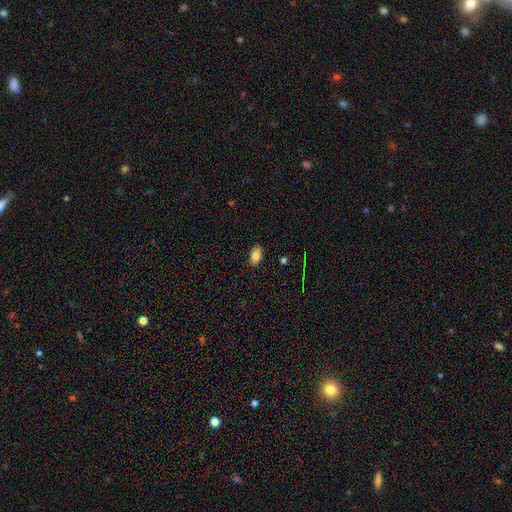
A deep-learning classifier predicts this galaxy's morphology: Smooth or featured?
  - smooth: 81% *
  - star or artifact: 10%
  - featured or disk: 9%
How rounded?
  - in between: 91% *
  - round: 7%
  - cigar-shaped: 2%
Merging?
  - none: 87% *
  - minor disturbance: 10%
  - major disturbance: 2%
  - merger: 1%